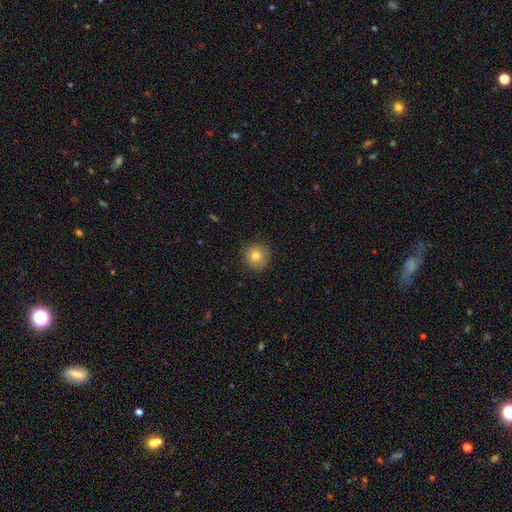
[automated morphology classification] smooth 79%, featured or disk 11%, star or artifact 10%. Down the decision tree: how rounded — round (95%); merging — none (90%).